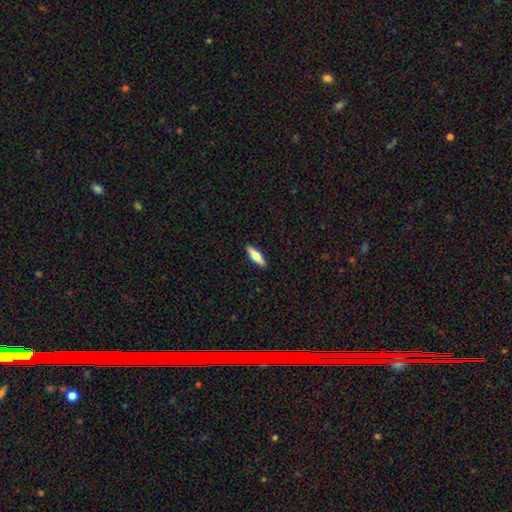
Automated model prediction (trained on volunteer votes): Smooth or featured?
  - smooth: 62% *
  - featured or disk: 32%
  - star or artifact: 6%
How rounded?
  - cigar-shaped: 59% *
  - in between: 39%
  - round: 2%
Merging?
  - none: 91% *
  - minor disturbance: 7%
  - major disturbance: 2%
  - merger: 1%